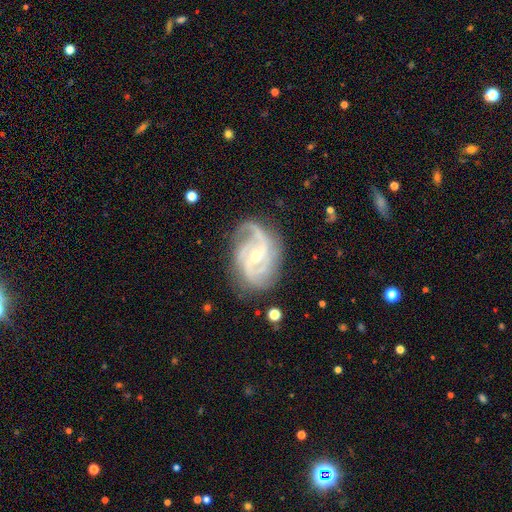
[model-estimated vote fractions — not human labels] smooth-or-featured: featured or disk: 91% | star or artifact: 5% | smooth: 4%
  disk-edge-on: no: 97% | yes: 3%
    bar: no: 46% | weak: 39% | strong: 14%
    has-spiral-arms: yes: 98% | no: 2%
      spiral-winding: medium: 49% | tight: 36% | loose: 16%
      spiral-arm-count: 2: 40% | 3: 33% | can't tell: 11% | 4: 7% | 1: 5% | more than 4: 4%
    bulge-size: small: 56% | moderate: 41% | large: 1% | none: 1% | dominant: 1%
  merging: none: 71% | minor disturbance: 19% | major disturbance: 9% | merger: 2%